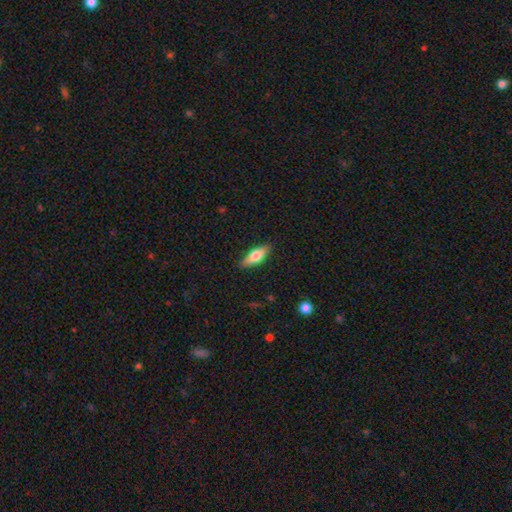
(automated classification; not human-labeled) smooth_or_featured: smooth (p=0.59) [alt: featured or disk p=0.35]
how_rounded: in between (p=0.54) [alt: cigar-shaped p=0.43]
merging: none (p=0.88) [alt: minor disturbance p=0.09]